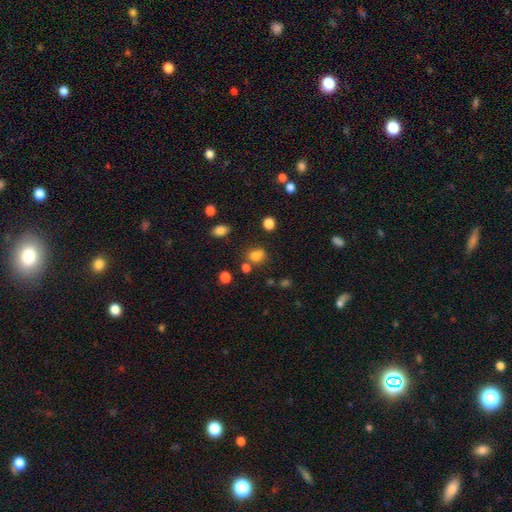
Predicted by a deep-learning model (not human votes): Smooth or featured? smooth (77%)
How rounded? round (58%)
Merging? none (61%)